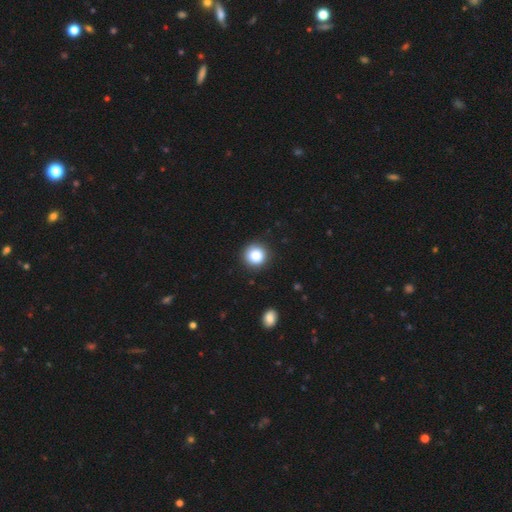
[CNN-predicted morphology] Smooth or featured: smooth — 85% (star or artifact — 11%)
How rounded: round — 94% (in between — 5%)
Merging: none — 89% (minor disturbance — 7%)